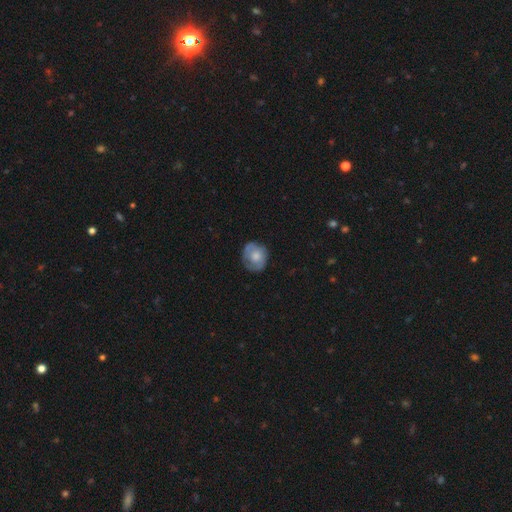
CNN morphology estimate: A smooth galaxy with no disk features (61%) that is round (77%).

Vote fractions:
- Smooth or featured? smooth: 61% / featured or disk: 33% / star or artifact: 7%
- How rounded? round: 77% / in between: 22% / cigar-shaped: 1%
- Merging? none: 69% / minor disturbance: 22% / major disturbance: 7% / merger: 2%